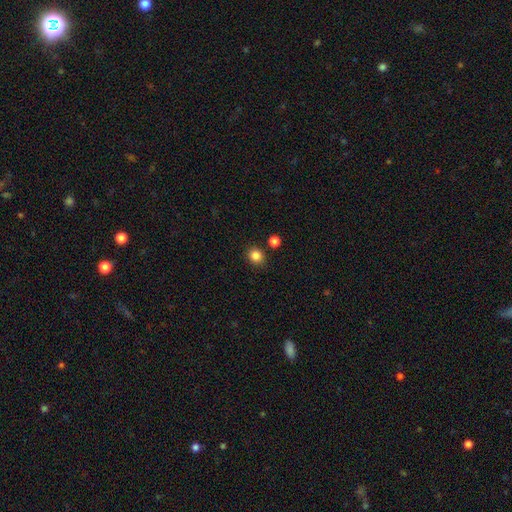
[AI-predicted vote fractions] A smooth galaxy with no disk features (85%) that is round (77%).

Vote fractions:
- Smooth or featured? smooth: 85% / star or artifact: 11% / featured or disk: 4%
- How rounded? round: 77% / in between: 22% / cigar-shaped: 1%
- Merging? none: 85% / minor disturbance: 8% / merger: 4% / major disturbance: 2%